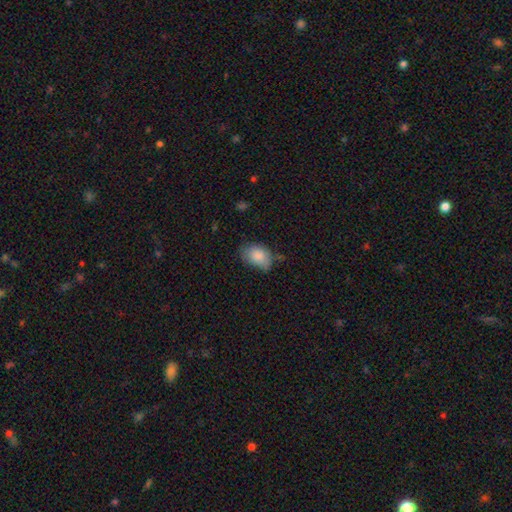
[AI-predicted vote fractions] This appears to be a smooth galaxy with no disk features (82%) that is in between round and cigar-shaped (81%). Merging: none (58%).